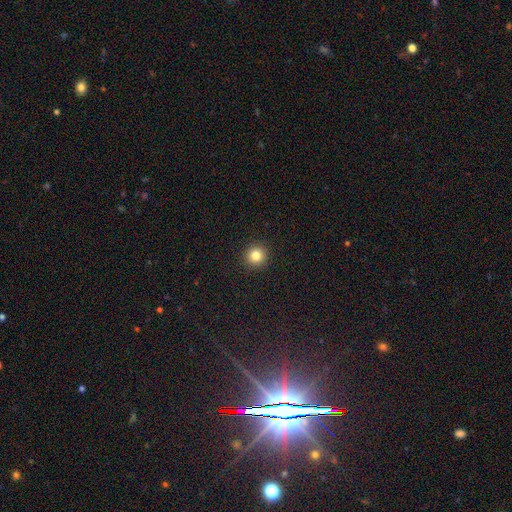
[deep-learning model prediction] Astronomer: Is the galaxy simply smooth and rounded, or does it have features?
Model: smooth — 83%.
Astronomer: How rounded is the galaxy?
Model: round — 94%.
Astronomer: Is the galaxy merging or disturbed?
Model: none — 93%.